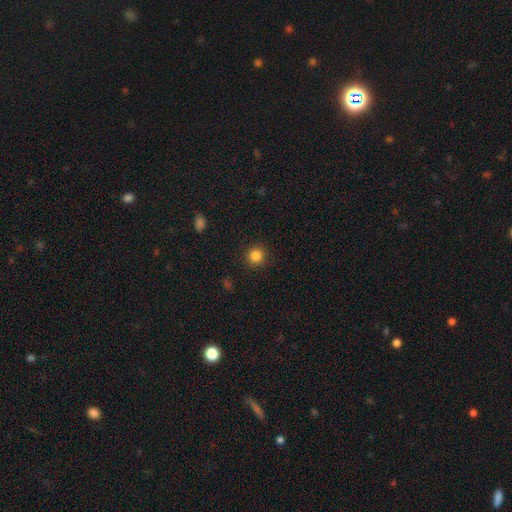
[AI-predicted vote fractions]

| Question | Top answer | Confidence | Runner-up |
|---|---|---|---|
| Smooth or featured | smooth | 84% | star or artifact (12%) |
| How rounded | round | 94% | in between (5%) |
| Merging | none | 91% | minor disturbance (5%) |